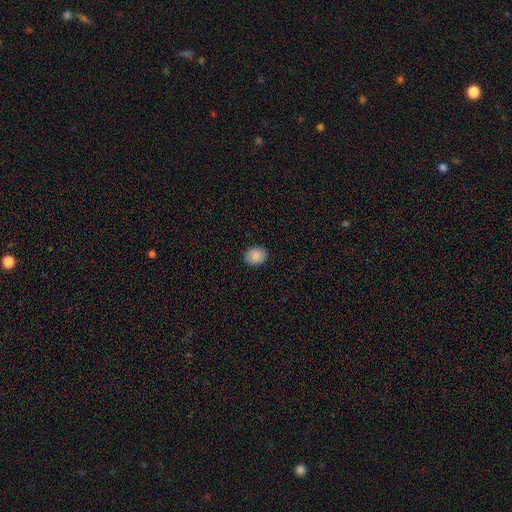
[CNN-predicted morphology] Overall: smooth (88%). How rounded: round (52%; in between 47%). Merging: none (89%).